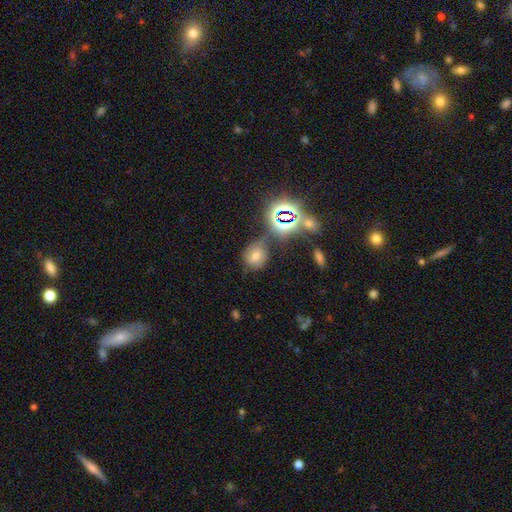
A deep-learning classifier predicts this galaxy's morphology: The model was most divided on "smooth or featured": smooth: 46%, star or artifact: 39%, featured or disk: 15%. More confident: merging — none (68%).